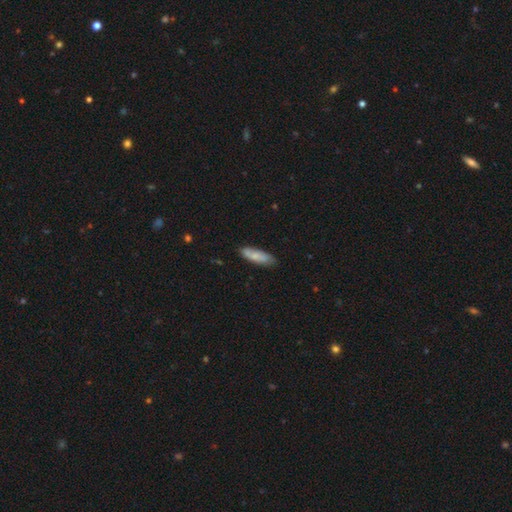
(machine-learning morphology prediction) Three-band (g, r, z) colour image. It shows a smooth galaxy with no disk features (68%) that is in between round and cigar-shaped (52%). Merging: none (79%).